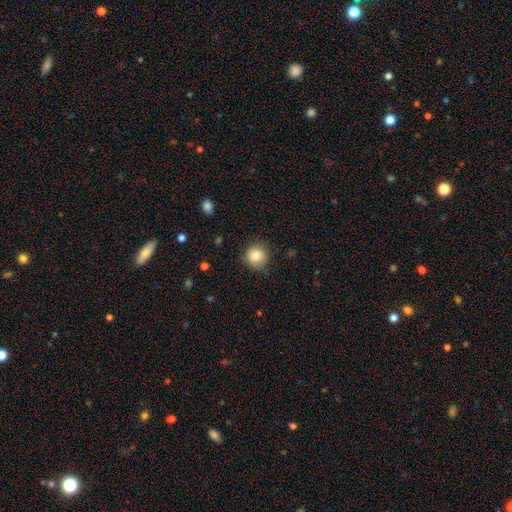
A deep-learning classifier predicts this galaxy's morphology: A smooth galaxy with no disk features (86%) that is round (91%). Merging: none (84%).